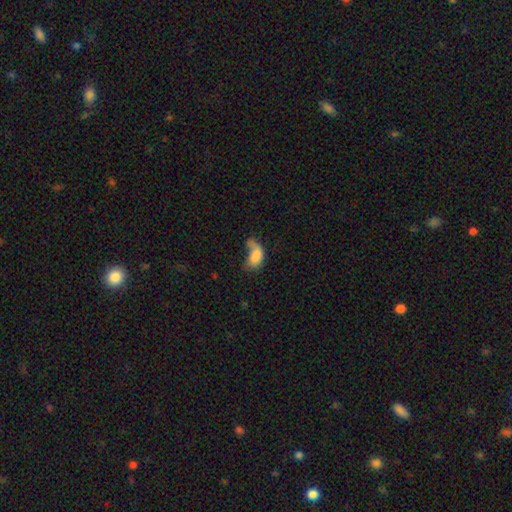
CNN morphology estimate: Overall: smooth (69%). How rounded: in between (89%). Merging: major disturbance (46%; minor disturbance 20%).